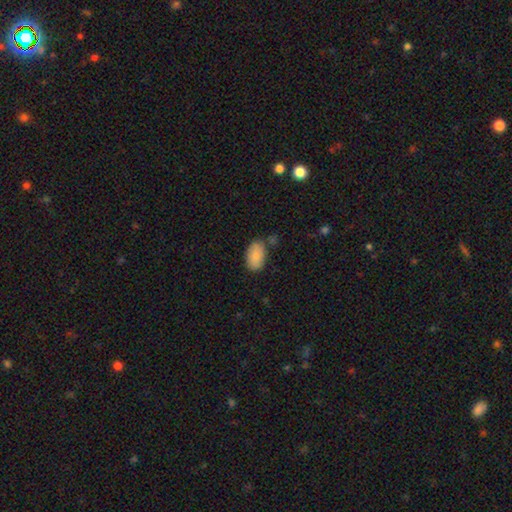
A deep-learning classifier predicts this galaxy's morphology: smooth_or_featured: smooth (p=0.85) [alt: featured or disk p=0.08]
how_rounded: in between (p=0.93) [alt: round p=0.05]
merging: none (p=0.70) [alt: minor disturbance p=0.19]